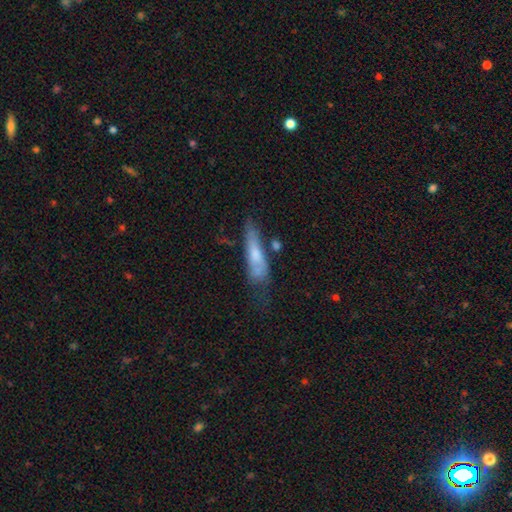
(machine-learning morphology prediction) A smooth galaxy with no disk features (57%) that is cigar-shaped (70%). Merging: none (40%).